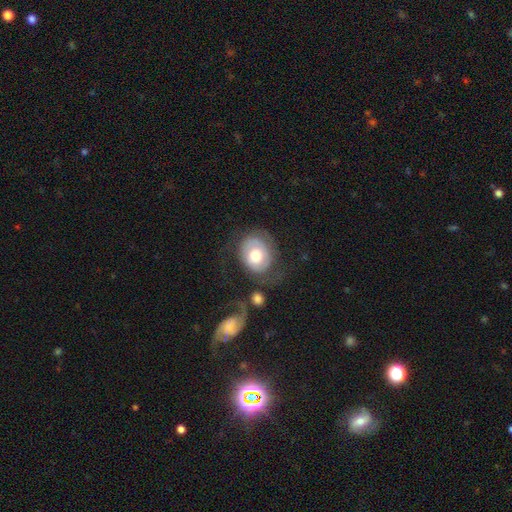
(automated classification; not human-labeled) Smooth or featured? featured or disk (49%)
Merging? none (47%)